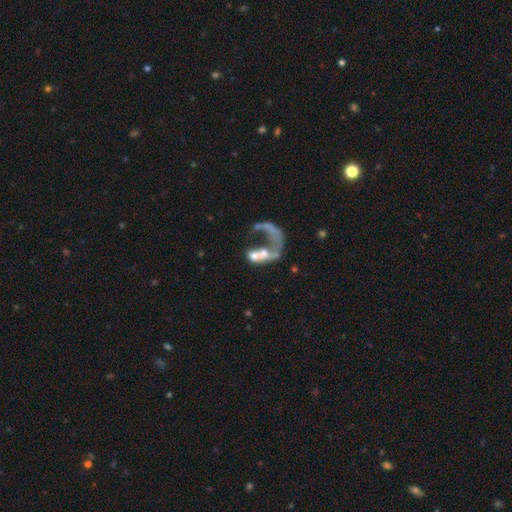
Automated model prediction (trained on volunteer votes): This appears to be a featured or disk galaxy (58%) with no bar (78%), no spiral arms (59%) and a moderate central bulge (36%). Merging: major disturbance (40%, tied with merger).